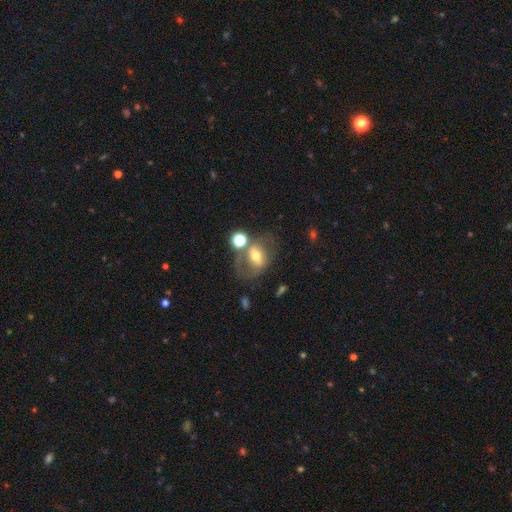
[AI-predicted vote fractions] smooth-or-featured: smooth: 45% | featured or disk: 44% | star or artifact: 11%
  merging: none: 45% | merger: 21% | minor disturbance: 17% | major disturbance: 17%